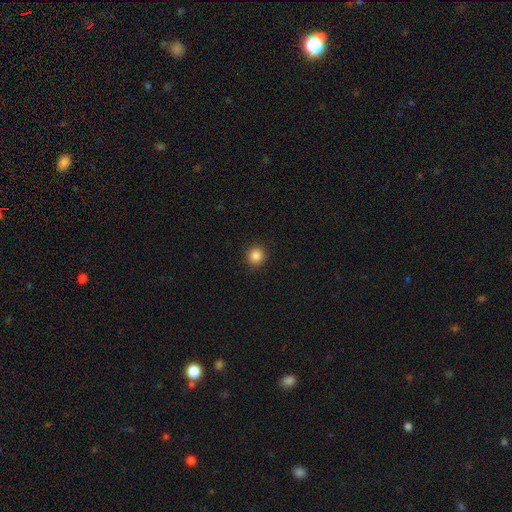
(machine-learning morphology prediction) Smooth or featured? Predicted: smooth (p=0.86). How rounded? Predicted: round (p=0.93). Merging? Predicted: none (p=0.92).